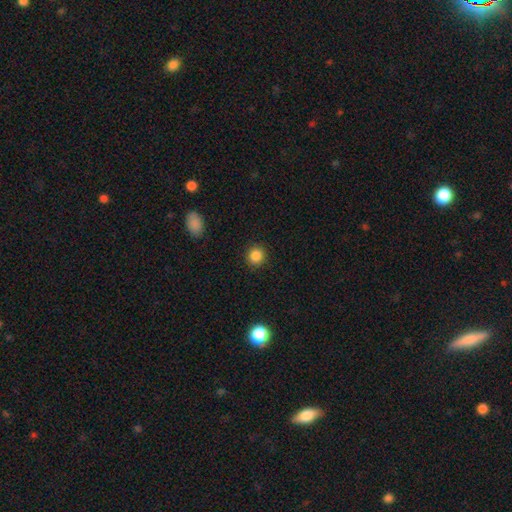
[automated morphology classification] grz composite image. It shows a smooth galaxy with no disk features (86%) that is round (90%). Merging: none (91%).